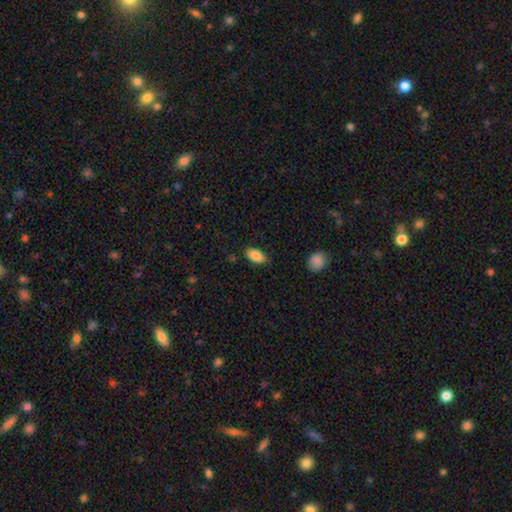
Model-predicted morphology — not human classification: The model was most divided on "merging": none: 84%, minor disturbance: 12%, major disturbance: 3%, merger: 2%. More confident: how rounded — in between (93%); smooth or featured — smooth (86%).